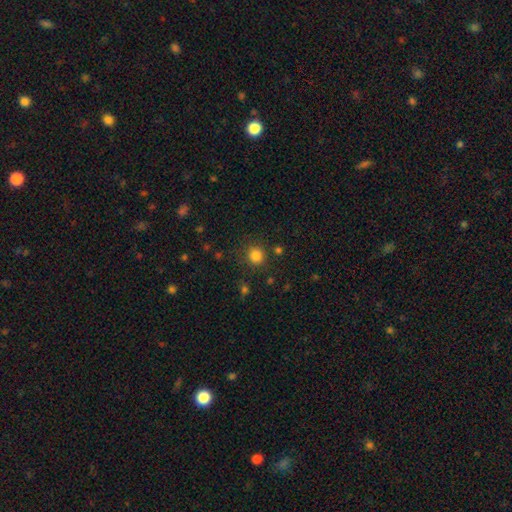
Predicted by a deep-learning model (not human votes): Smooth or featured: smooth — 83% (star or artifact — 13%)
How rounded: round — 92% (in between — 7%)
Merging: none — 85% (minor disturbance — 9%)